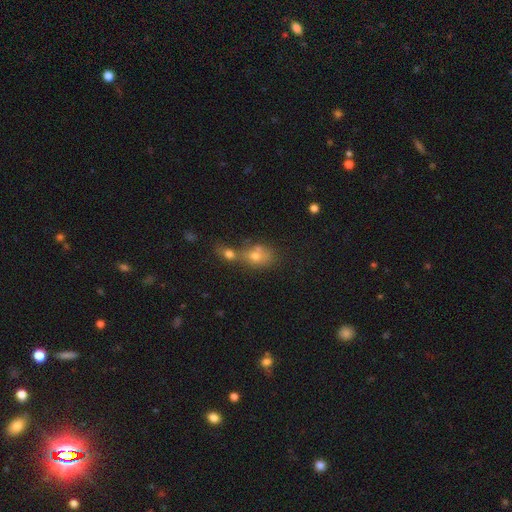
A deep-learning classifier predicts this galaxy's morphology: type=smooth (66%); roundness=in between (54%); merging=merger (55%).